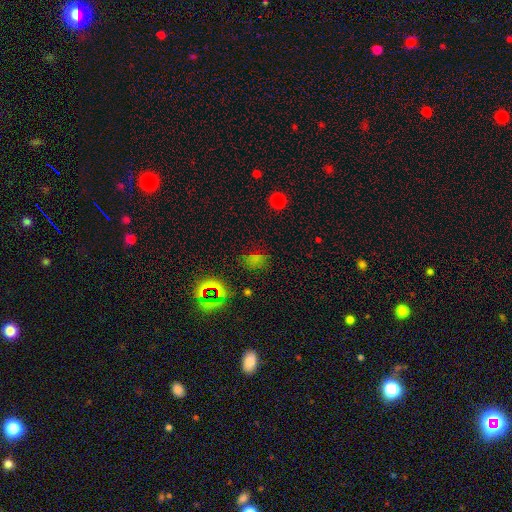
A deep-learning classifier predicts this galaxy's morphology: Smooth or featured: smooth — 50% (star or artifact — 43%)
Merging: none — 74% (minor disturbance — 16%)